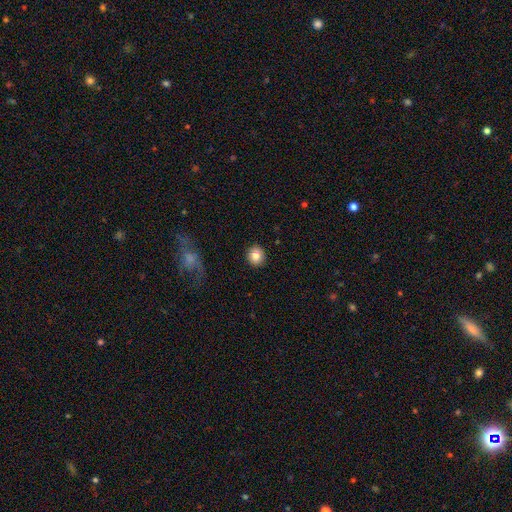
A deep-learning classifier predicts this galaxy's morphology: Smooth or featured: smooth — 84% (star or artifact — 9%)
How rounded: round — 89% (in between — 10%)
Merging: none — 91% (minor disturbance — 6%)